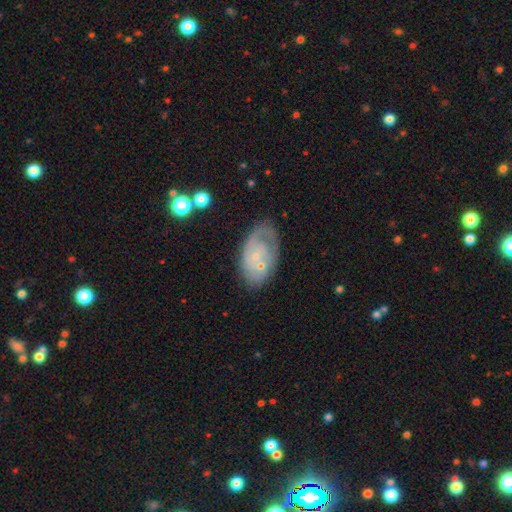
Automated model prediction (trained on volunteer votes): This appears to be a featured or disk galaxy (66%) with no bar (79%), spiral arms (67%) and a small central bulge (77%). Merging: none (54%).